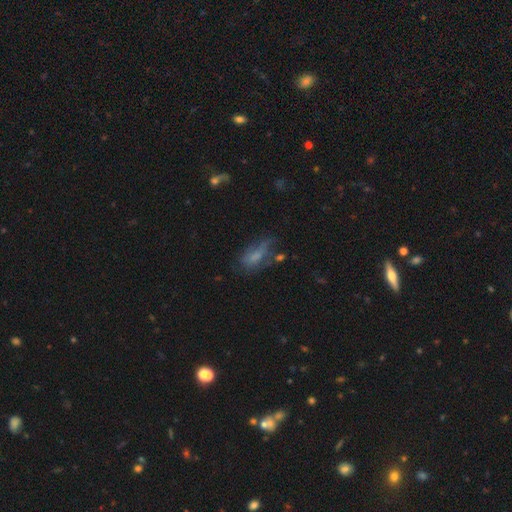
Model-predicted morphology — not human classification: type=smooth (54%); roundness=in between (79%); merging=none (37%).